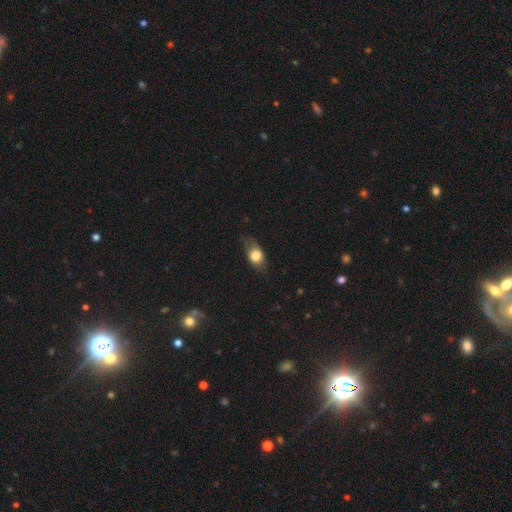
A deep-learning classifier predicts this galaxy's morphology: This is likely a smooth galaxy (74%). How rounded: likely in between (75%). Merging: possibly none (59%).